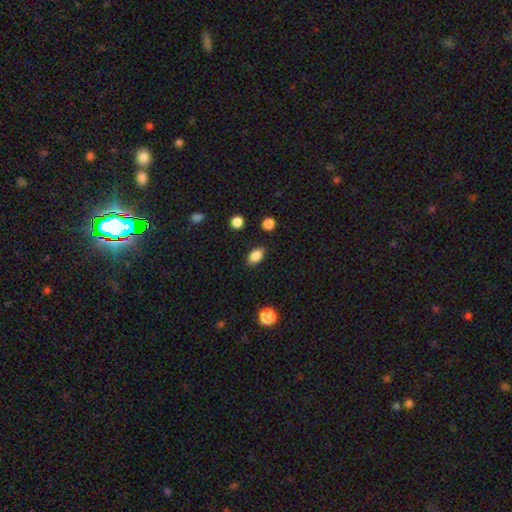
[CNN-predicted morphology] type=smooth (85%); roundness=in between (84%); merging=none (85%).